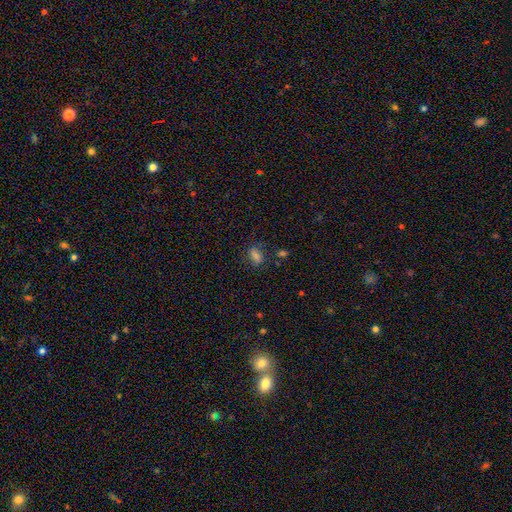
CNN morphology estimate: Overall: smooth (69%). How rounded: in between (78%). Merging: none (74%).